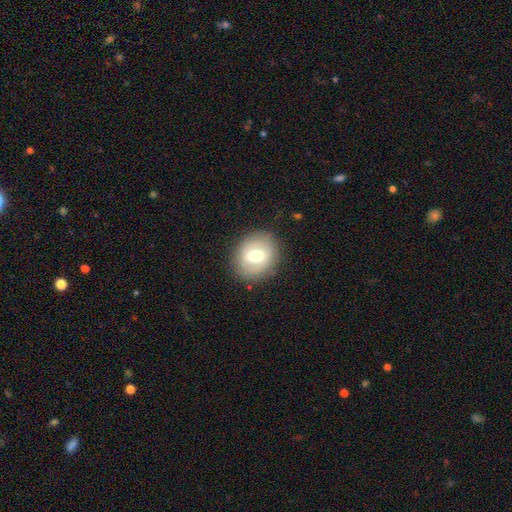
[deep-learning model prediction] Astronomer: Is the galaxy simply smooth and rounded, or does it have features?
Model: smooth — 54% (runner-up: featured or disk, 38%).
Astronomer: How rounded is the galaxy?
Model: round — 64%.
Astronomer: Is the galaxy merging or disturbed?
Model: none — 84%.